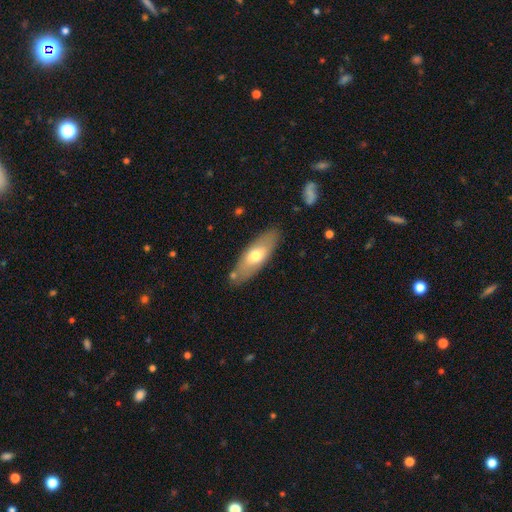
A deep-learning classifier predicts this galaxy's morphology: The model was most divided on "how rounded": in between: 63%, cigar-shaped: 35%, round: 2%. More confident: merging — none (81%); smooth or featured — smooth (61%).